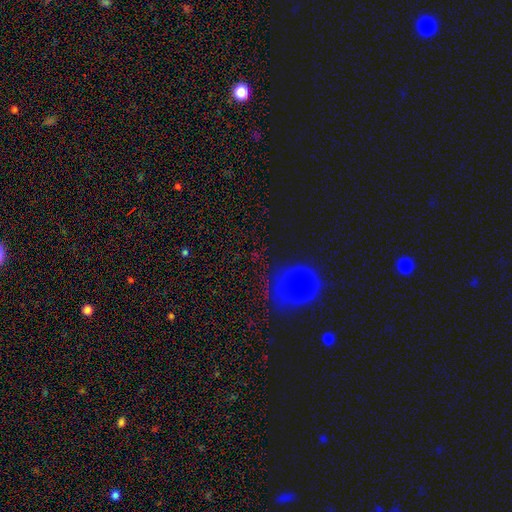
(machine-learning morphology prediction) Overall: star or artifact (52%; smooth 39%).